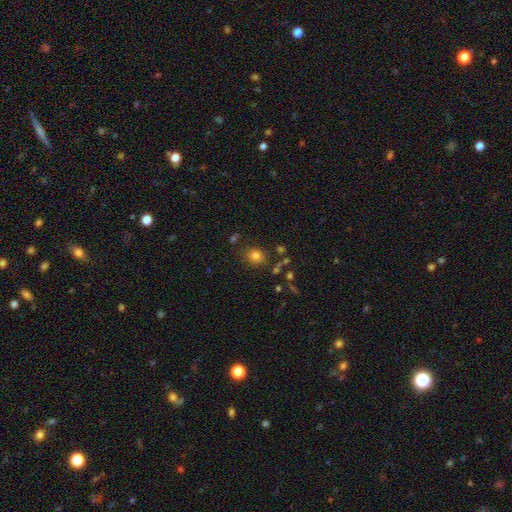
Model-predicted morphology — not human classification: smooth-or-featured: smooth: 78% | star or artifact: 14% | featured or disk: 7%
  how-rounded: round: 69% | in between: 30% | cigar-shaped: 1%
  merging: none: 80% | minor disturbance: 11% | merger: 5% | major disturbance: 4%